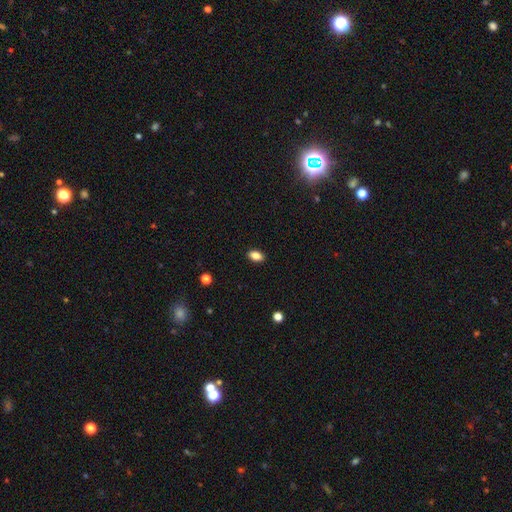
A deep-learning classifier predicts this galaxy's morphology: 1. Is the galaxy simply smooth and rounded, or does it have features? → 86% smooth, 9% star or artifact, 5% featured or disk.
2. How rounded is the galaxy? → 89% in between, 7% round, 4% cigar-shaped.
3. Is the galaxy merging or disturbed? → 90% none, 7% minor disturbance, 2% major disturbance, 1% merger.